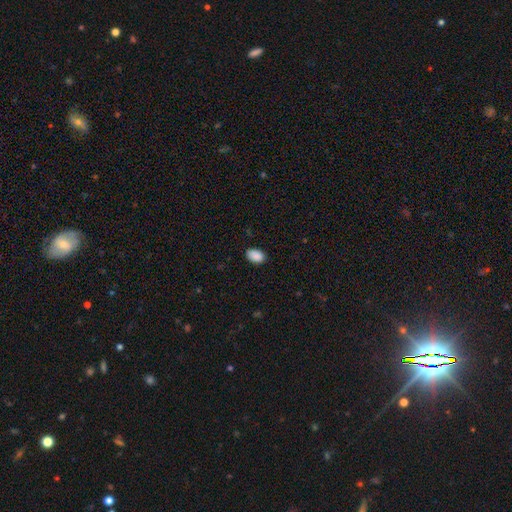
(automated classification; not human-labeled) smooth-or-featured: smooth: 89% | star or artifact: 8% | featured or disk: 3%
  how-rounded: in between: 86% | round: 13% | cigar-shaped: 1%
  merging: none: 84% | minor disturbance: 13% | major disturbance: 2% | merger: 1%